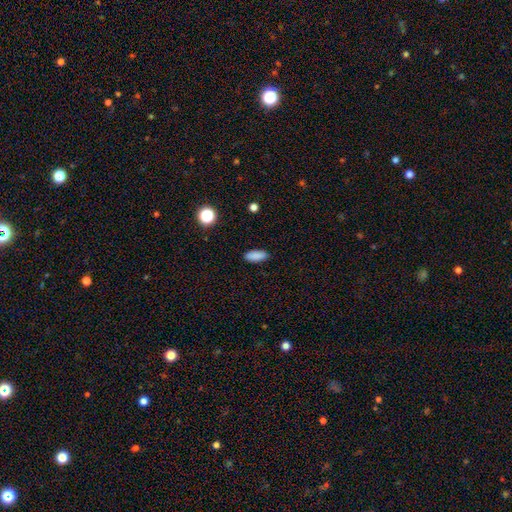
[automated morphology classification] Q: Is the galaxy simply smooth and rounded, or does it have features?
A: smooth — 87%.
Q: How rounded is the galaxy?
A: in between — 78%.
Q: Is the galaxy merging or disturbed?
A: none — 89%.